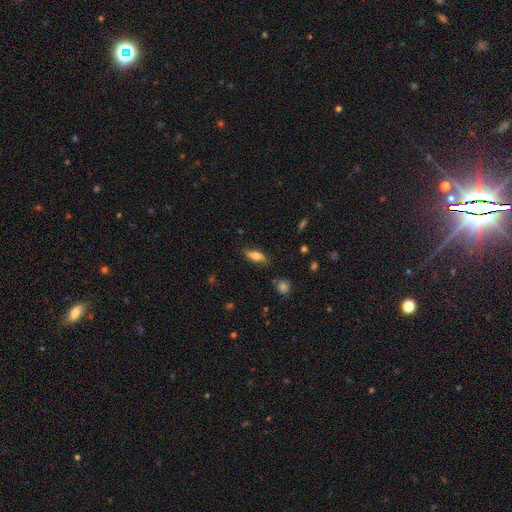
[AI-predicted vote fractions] This appears to be a smooth galaxy with no disk features (68%) that is in between round and cigar-shaped (67%). Merging: none (79%).